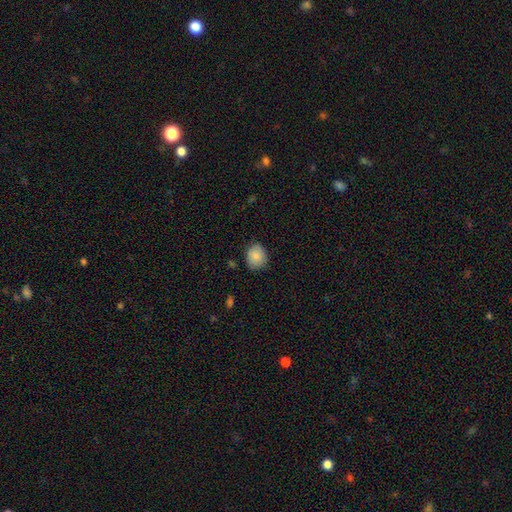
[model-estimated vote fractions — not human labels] This appears to be a smooth galaxy with no disk features (86%) that is round (62%). Merging: none (80%).